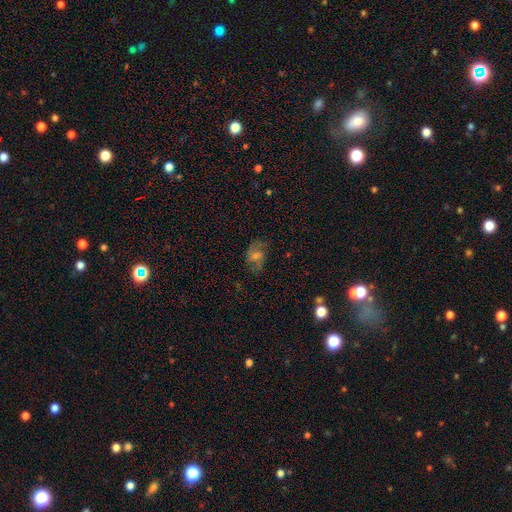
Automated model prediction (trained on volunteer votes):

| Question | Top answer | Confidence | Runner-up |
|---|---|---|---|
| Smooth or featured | featured or disk | 56% | smooth (27%) |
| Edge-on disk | no | 96% | yes (4%) |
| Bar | no | 44% | tied: weak (44%) |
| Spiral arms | yes | 81% | no (19%) |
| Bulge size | moderate | 50% | small (34%) |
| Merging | none | 70% | minor disturbance (18%) |